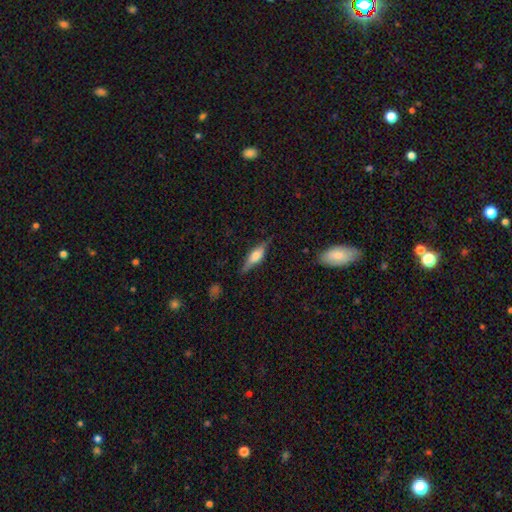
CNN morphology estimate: type=featured or disk (51%); edge-on=yes (93%); merging=none (78%).